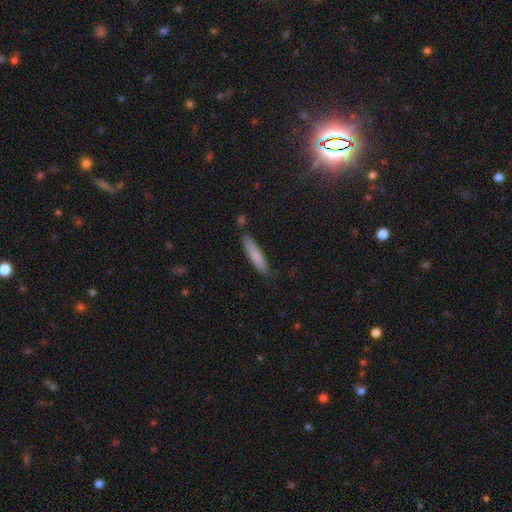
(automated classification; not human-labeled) Overall: smooth (75%). How rounded: cigar-shaped (90%). Merging: none (83%).